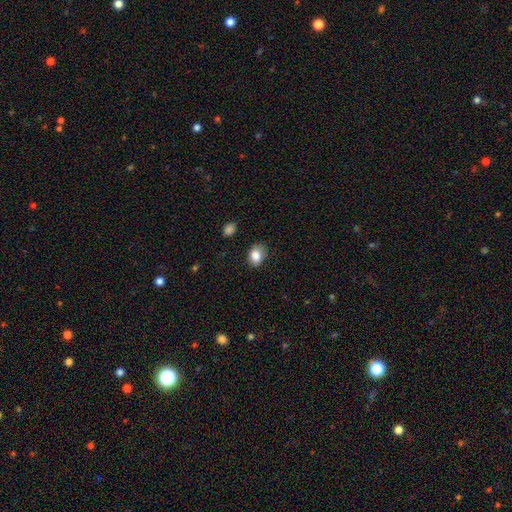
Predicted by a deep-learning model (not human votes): A smooth galaxy with no disk features (85%) that is in between round and cigar-shaped (65%).

Vote fractions:
- Smooth or featured? smooth: 85% / star or artifact: 9% / featured or disk: 6%
- How rounded? in between: 65% / round: 34% / cigar-shaped: 1%
- Merging? none: 75% / minor disturbance: 19% / major disturbance: 4% / merger: 2%